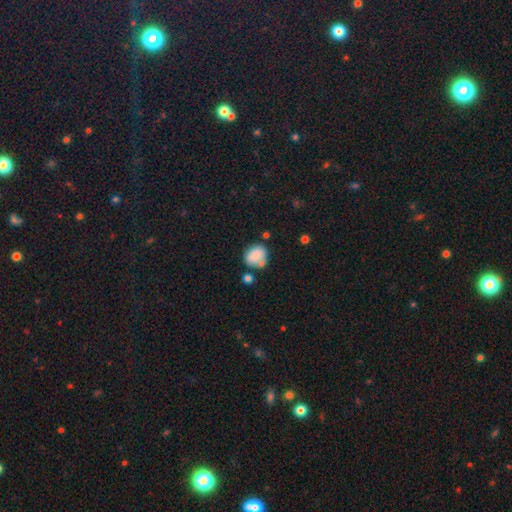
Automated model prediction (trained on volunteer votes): smooth 79%, featured or disk 12%, star or artifact 9%. Down the decision tree: how rounded — round (62%); merging — none (53%).